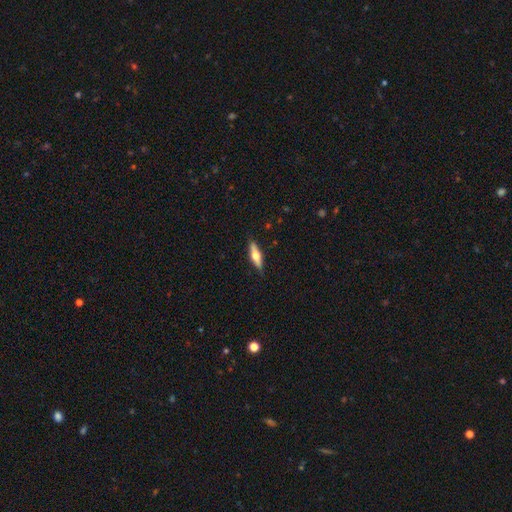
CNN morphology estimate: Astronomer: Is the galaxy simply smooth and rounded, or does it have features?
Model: featured or disk — 55% (runner-up: smooth, 39%).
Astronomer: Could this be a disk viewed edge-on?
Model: yes — 93%.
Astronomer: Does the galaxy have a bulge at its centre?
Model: rounded — 95%.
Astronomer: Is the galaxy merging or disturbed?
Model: none — 88%.